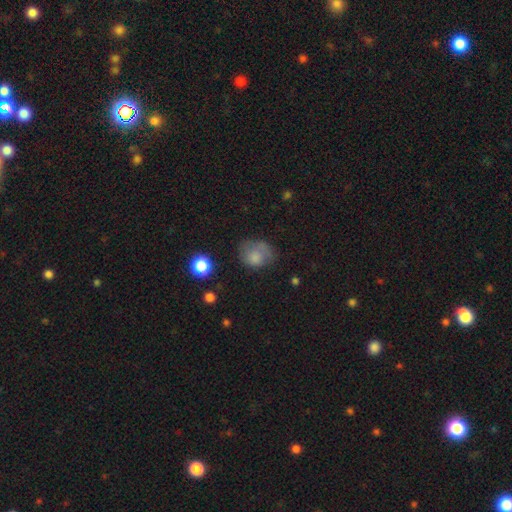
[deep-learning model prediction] Morphology: type=smooth (73%); roundness=round (61%); merging=none (43%).